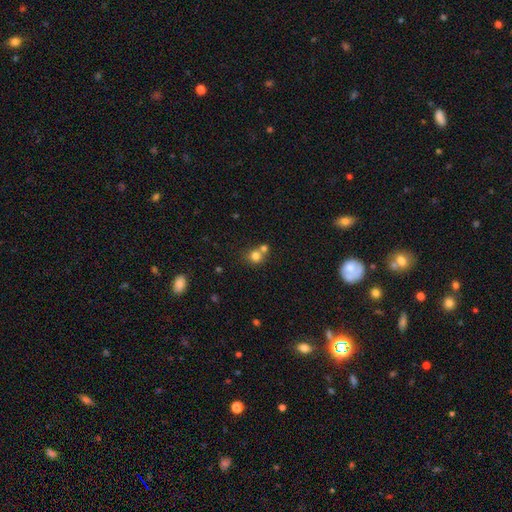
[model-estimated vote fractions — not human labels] Overall: smooth (78%). How rounded: round (84%). Merging: none (47%; merger 43%).